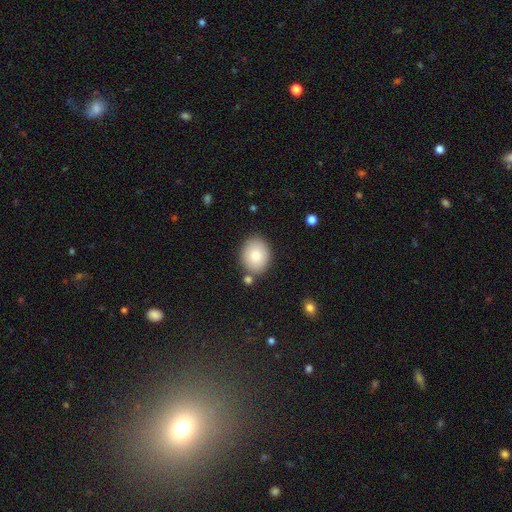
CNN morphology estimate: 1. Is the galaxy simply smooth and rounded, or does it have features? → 82% smooth, 10% featured or disk, 8% star or artifact.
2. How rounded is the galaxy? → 51% round, 48% in between, 1% cigar-shaped.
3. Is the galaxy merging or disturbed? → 78% none, 11% minor disturbance, 7% merger, 3% major disturbance.